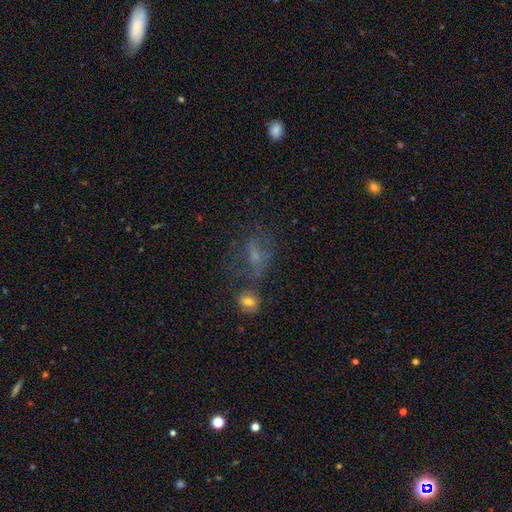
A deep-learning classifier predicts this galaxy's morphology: A featured or disk galaxy (39%). Merging: none (40%).